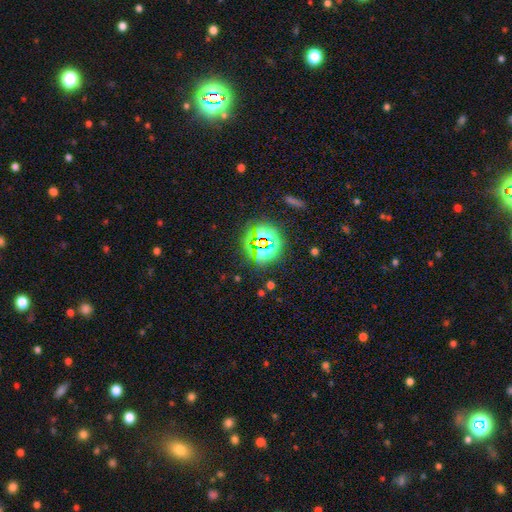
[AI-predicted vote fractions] Smooth or featured? star or artifact (80%)